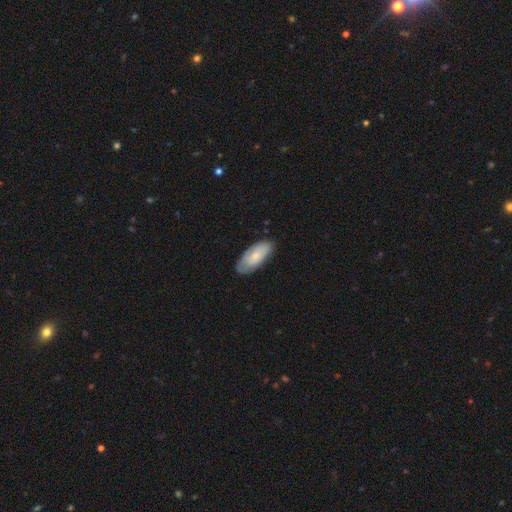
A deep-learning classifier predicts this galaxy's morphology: Q: Smooth or featured?
A: smooth (68%); runner-up: featured or disk (26%)
Q: How rounded?
A: in between (88%); runner-up: cigar-shaped (10%)
Q: Merging?
A: none (75%); runner-up: minor disturbance (20%)